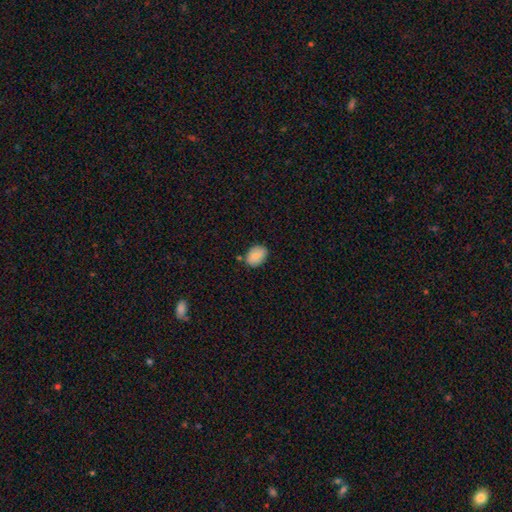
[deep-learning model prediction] Q: Smooth or featured?
A: smooth (83%); runner-up: featured or disk (9%)
Q: How rounded?
A: in between (76%); runner-up: round (23%)
Q: Merging?
A: none (78%); runner-up: minor disturbance (15%)